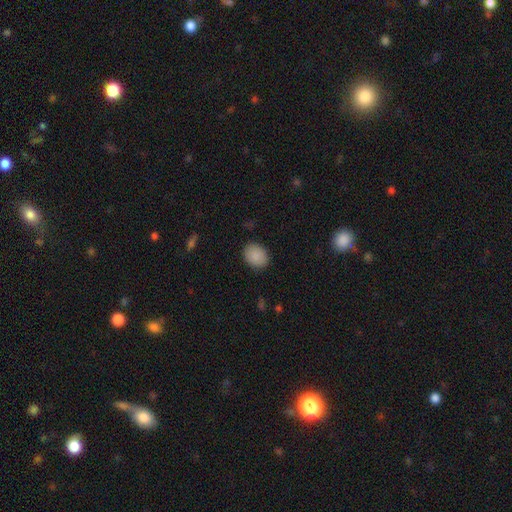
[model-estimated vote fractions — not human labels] Morphology: type=smooth (88%); roundness=in between (51%); merging=none (88%).